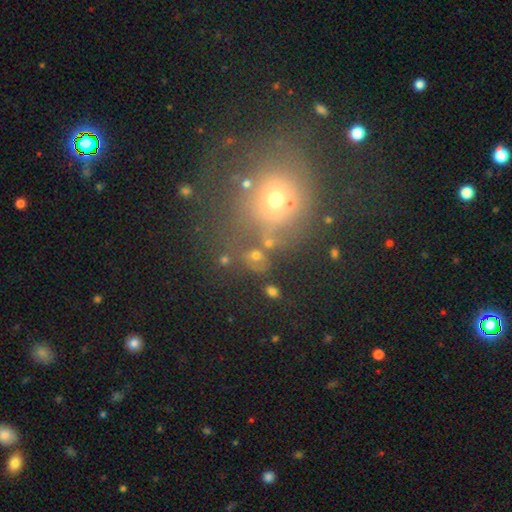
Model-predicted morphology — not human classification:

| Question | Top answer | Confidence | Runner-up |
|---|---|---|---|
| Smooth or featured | smooth | 59% | star or artifact (27%) |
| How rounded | round | 63% | in between (35%) |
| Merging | none | 59% | merger (18%) |